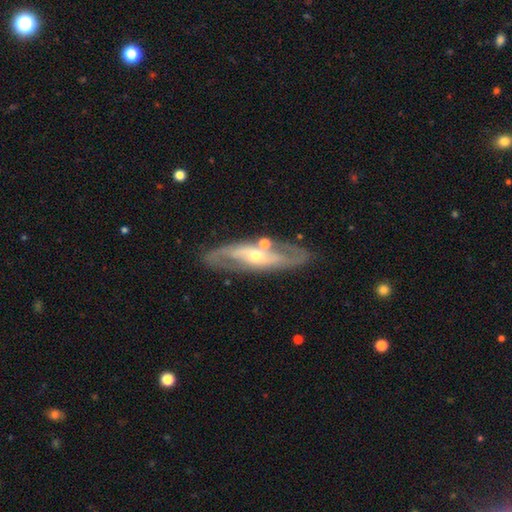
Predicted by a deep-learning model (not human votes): Smooth or featured? Predicted: featured or disk (p=0.78). Edge-on disk? Predicted: no (p=0.80). Bar? Predicted: no (p=0.60). Spiral arms? Predicted: yes (p=0.69). Bulge size? Predicted: moderate (p=0.53). Merging? Predicted: none (p=0.75).